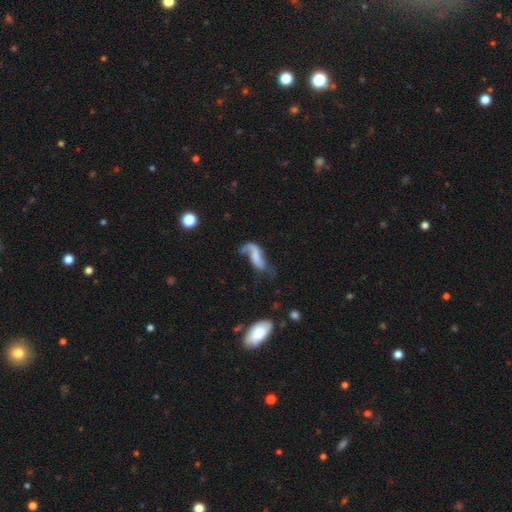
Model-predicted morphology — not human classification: featured or disk 59%, smooth 32%, star or artifact 9%. Down the decision tree: edge-on disk — no (92%); bar — no (49%); spiral arms — yes (77%); bulge size — none (54%); merging — major disturbance (41%).